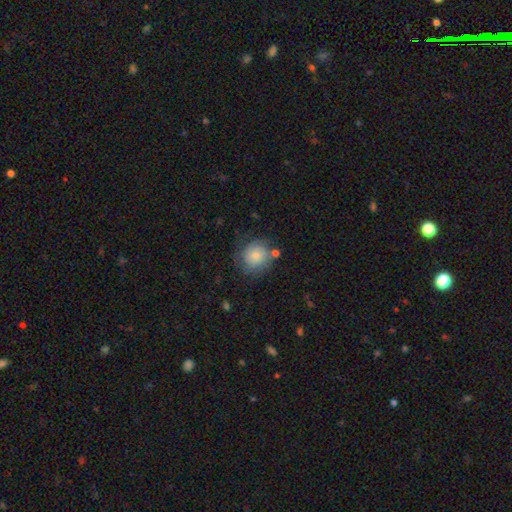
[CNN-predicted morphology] smooth-or-featured: smooth: 71% | featured or disk: 21% | star or artifact: 8%
  how-rounded: round: 82% | in between: 17% | cigar-shaped: 1%
  merging: none: 63% | minor disturbance: 21% | major disturbance: 10% | merger: 6%